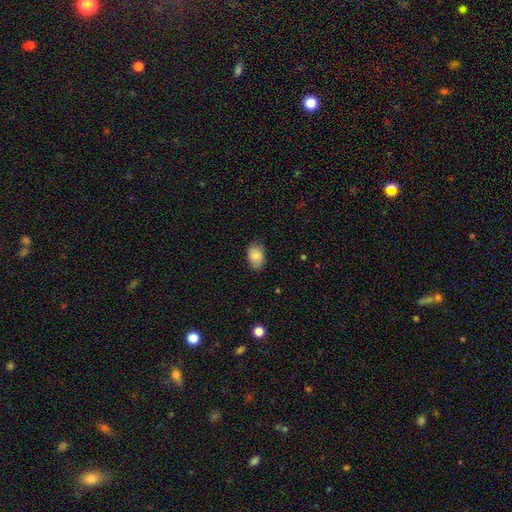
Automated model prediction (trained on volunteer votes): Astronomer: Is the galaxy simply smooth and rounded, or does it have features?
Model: smooth — 83%.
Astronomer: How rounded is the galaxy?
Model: in between — 86%.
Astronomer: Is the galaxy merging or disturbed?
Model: none — 78%.